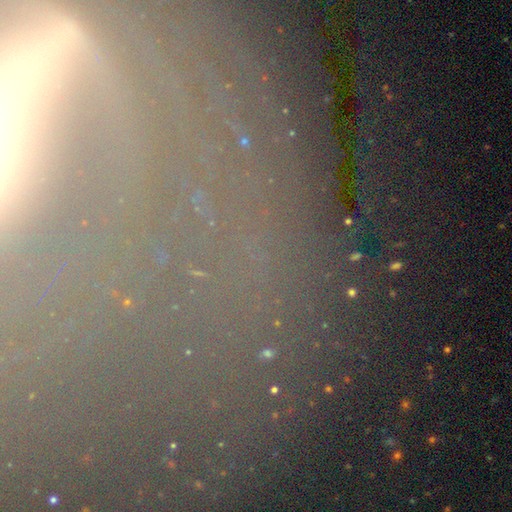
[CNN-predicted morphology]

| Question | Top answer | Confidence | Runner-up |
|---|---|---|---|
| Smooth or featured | star or artifact | 63% | featured or disk (22%) |